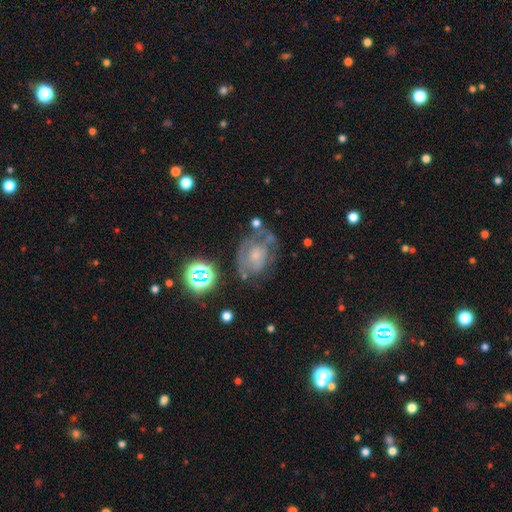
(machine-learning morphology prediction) A featured or disk galaxy (57%) with no bar (81%), spiral arms (52%) and a small central bulge (43%).

Vote fractions:
- Smooth or featured? featured or disk: 57% / smooth: 28% / star or artifact: 14%
- Edge-on disk? no: 97% / yes: 3%
- Bar? no: 81% / weak: 16% / strong: 3%
- Spiral arms? yes: 52% / no: 48%
- Bulge size? small: 43% / moderate: 34% / none: 14% / large: 7% / dominant: 2%
- Merging? none: 44% / minor disturbance: 26% / major disturbance: 23% / merger: 6%